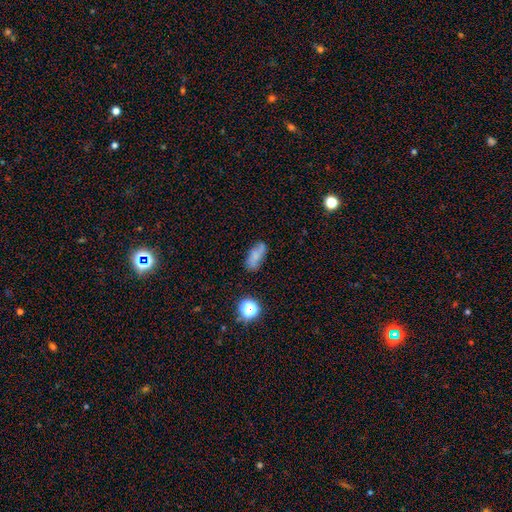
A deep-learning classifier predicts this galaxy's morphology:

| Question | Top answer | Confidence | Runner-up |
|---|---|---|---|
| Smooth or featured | smooth | 68% | featured or disk (19%) |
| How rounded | in between | 81% | cigar-shaped (13%) |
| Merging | none | 65% | minor disturbance (23%) |